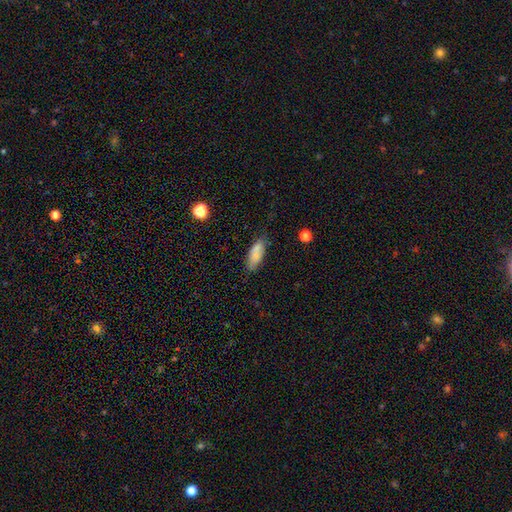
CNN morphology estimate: Smooth or featured?
  - smooth: 80% *
  - featured or disk: 12%
  - star or artifact: 8%
How rounded?
  - in between: 80% *
  - cigar-shaped: 17%
  - round: 2%
Merging?
  - none: 67% *
  - minor disturbance: 24%
  - major disturbance: 6%
  - merger: 3%